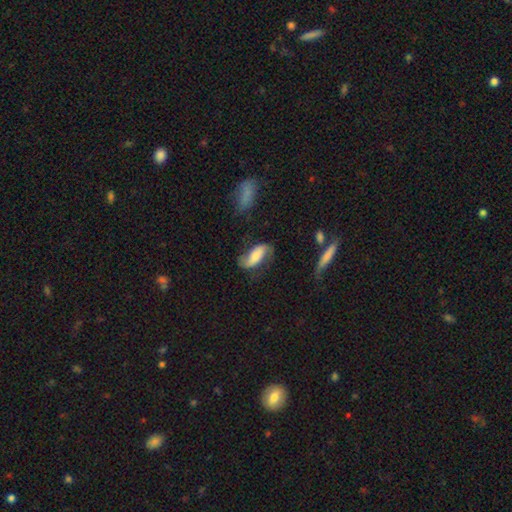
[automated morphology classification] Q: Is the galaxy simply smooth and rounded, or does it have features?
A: featured or disk — 62%.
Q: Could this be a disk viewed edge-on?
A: no — 93%.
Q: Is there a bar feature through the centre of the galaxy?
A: no — 43%.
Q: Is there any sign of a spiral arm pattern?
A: yes — 91%.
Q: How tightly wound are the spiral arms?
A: loose — 61%.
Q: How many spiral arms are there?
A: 2 — 90%.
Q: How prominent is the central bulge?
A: moderate — 39%.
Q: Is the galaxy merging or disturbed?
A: none — 65%.